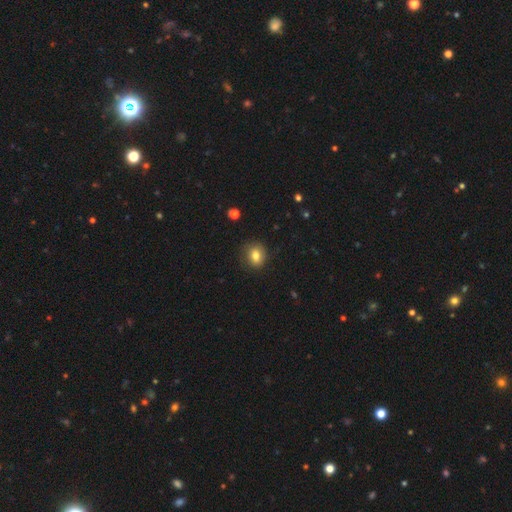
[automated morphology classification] Q: Smooth or featured?
A: smooth (80%); runner-up: star or artifact (10%)
Q: How rounded?
A: round (63%); runner-up: in between (36%)
Q: Merging?
A: none (83%); runner-up: minor disturbance (13%)